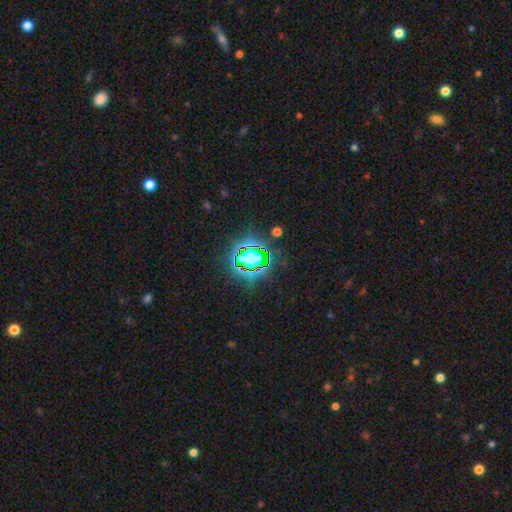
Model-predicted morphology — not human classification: Q: Smooth or featured?
A: star or artifact (76%); runner-up: smooth (15%)